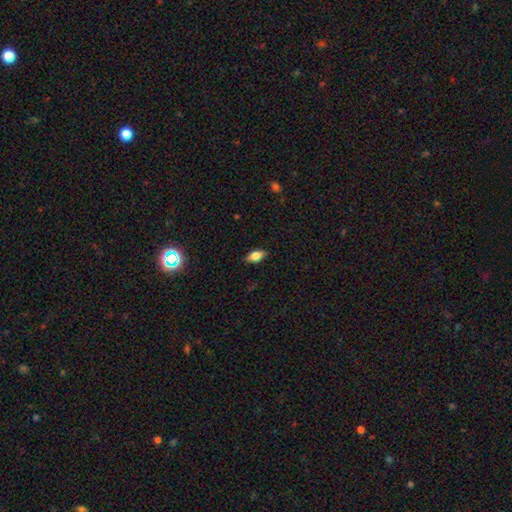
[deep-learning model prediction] Q: Smooth or featured?
A: smooth (75%); runner-up: featured or disk (17%)
Q: How rounded?
A: in between (87%); runner-up: cigar-shaped (9%)
Q: Merging?
A: none (86%); runner-up: minor disturbance (11%)